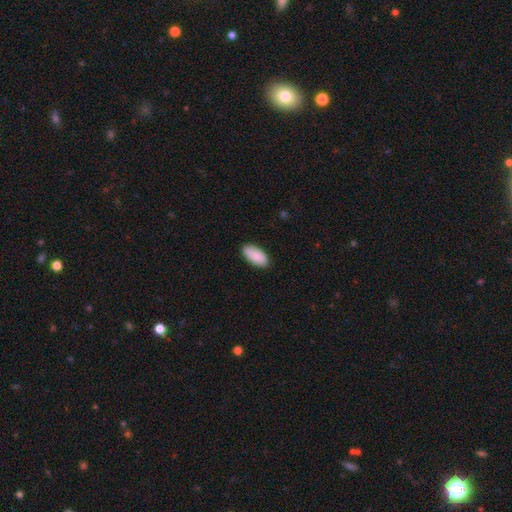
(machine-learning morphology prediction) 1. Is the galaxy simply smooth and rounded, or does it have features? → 90% smooth, 6% star or artifact, 5% featured or disk.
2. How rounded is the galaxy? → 93% in between, 5% cigar-shaped, 2% round.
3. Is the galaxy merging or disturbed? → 88% none, 10% minor disturbance, 2% major disturbance, 1% merger.